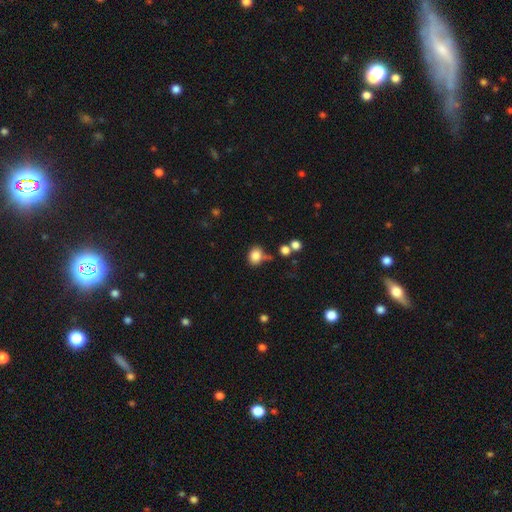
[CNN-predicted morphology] Smooth or featured?
  - smooth: 83% *
  - star or artifact: 11%
  - featured or disk: 6%
How rounded?
  - round: 54% *
  - in between: 45%
  - cigar-shaped: 1%
Merging?
  - none: 62% *
  - minor disturbance: 19%
  - merger: 13%
  - major disturbance: 6%